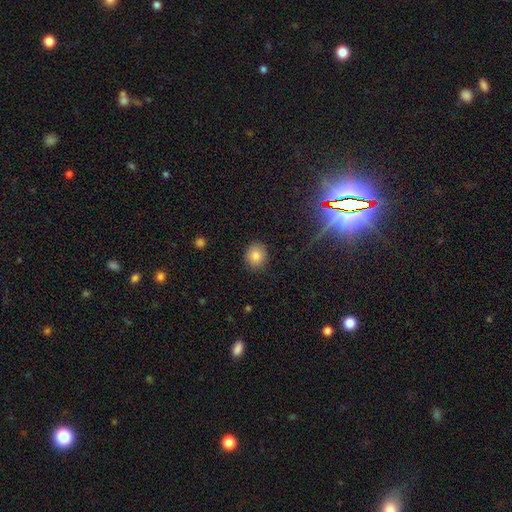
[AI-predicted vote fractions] Smooth or featured: smooth — 82% (star or artifact — 11%)
How rounded: round — 74% (in between — 25%)
Merging: none — 88% (minor disturbance — 8%)